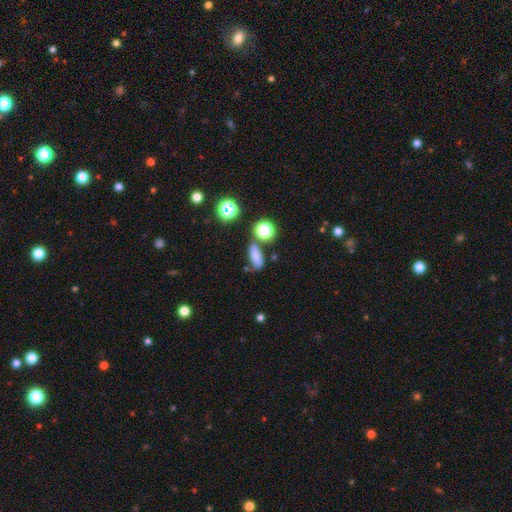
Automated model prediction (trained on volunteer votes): A smooth galaxy with no disk features (75%) that is in between round and cigar-shaped (68%). Merging: none (66%).